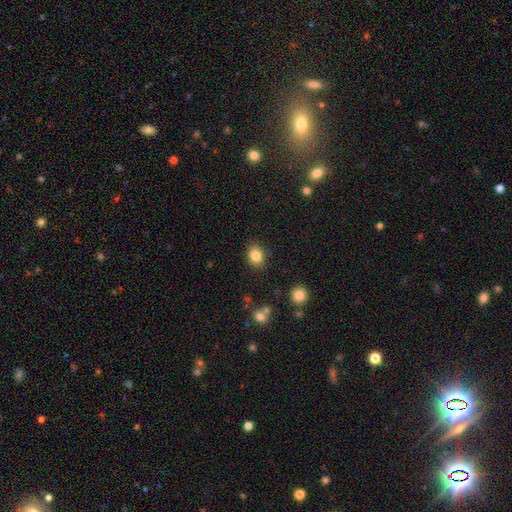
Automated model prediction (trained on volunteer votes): smooth-or-featured: smooth: 84% | star or artifact: 10% | featured or disk: 6%
  how-rounded: round: 59% | in between: 40% | cigar-shaped: 1%
  merging: none: 87% | minor disturbance: 9% | major disturbance: 3% | merger: 2%